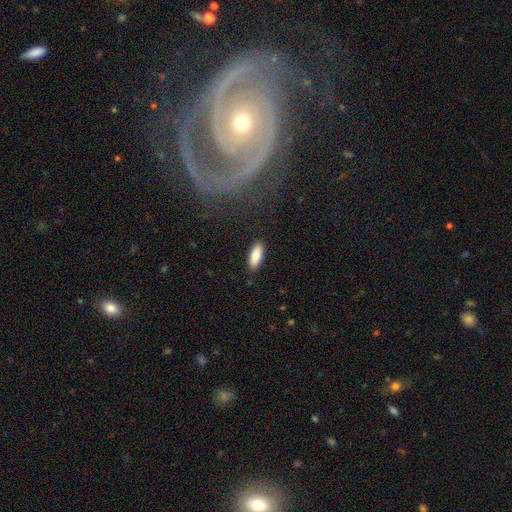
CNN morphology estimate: Q: Smooth or featured?
A: smooth (80%); runner-up: featured or disk (13%)
Q: How rounded?
A: in between (74%); runner-up: cigar-shaped (24%)
Q: Merging?
A: none (88%); runner-up: minor disturbance (9%)